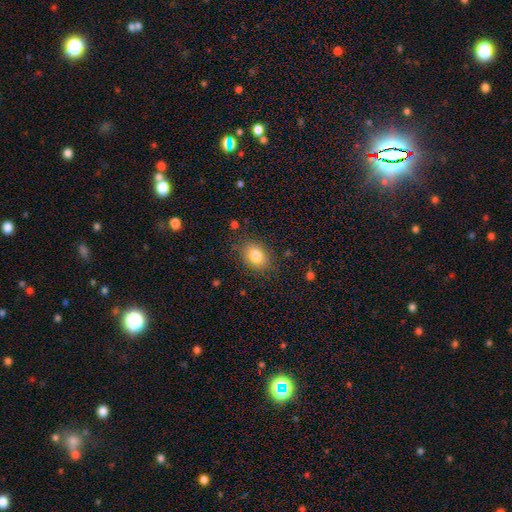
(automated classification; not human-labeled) smooth_or_featured: smooth (p=0.82) [alt: star or artifact p=0.09]
how_rounded: in between (p=0.68) [alt: round p=0.30]
merging: none (p=0.83) [alt: minor disturbance p=0.12]